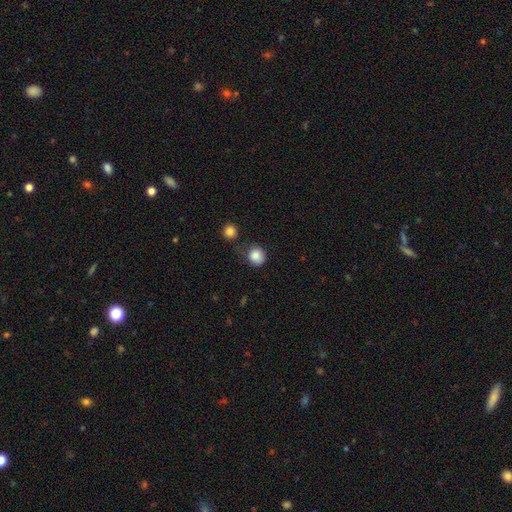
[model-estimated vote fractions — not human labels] smooth 86%, star or artifact 9%, featured or disk 5%. Down the decision tree: how rounded — round (82%); merging — none (62%).